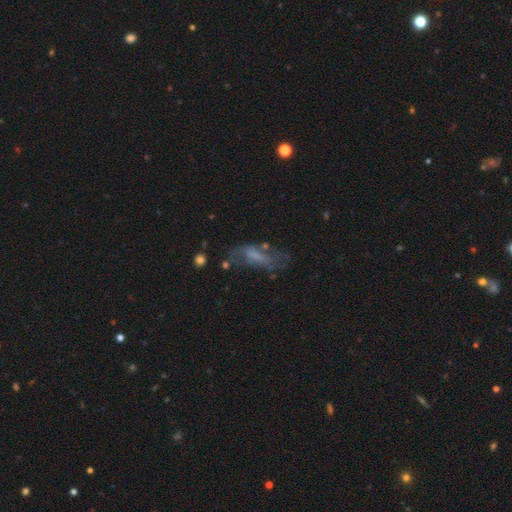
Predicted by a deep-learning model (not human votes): Smooth or featured: featured or disk — 50% (smooth — 37%)
Edge-on disk: no — 86% (yes — 14%)
Merging: none — 44% (major disturbance — 26%)